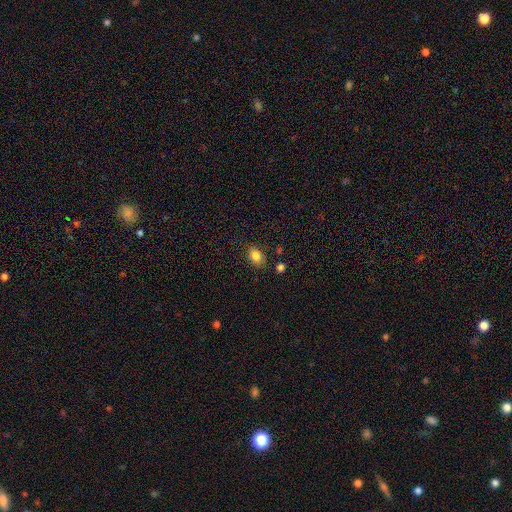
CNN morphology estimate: Smooth or featured? smooth (83%)
How rounded? in between (68%)
Merging? none (80%)